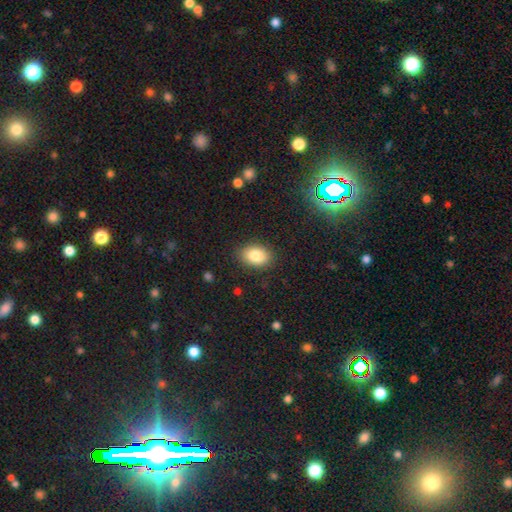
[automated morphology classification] smooth_or_featured: smooth (p=0.84) [alt: star or artifact p=0.09]
how_rounded: in between (p=0.80) [alt: round p=0.19]
merging: none (p=0.86) [alt: minor disturbance p=0.10]